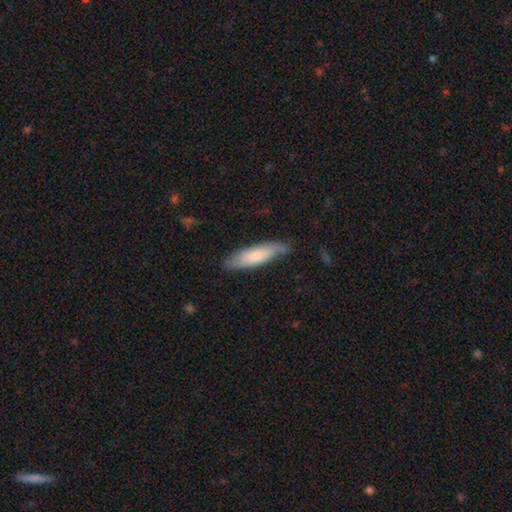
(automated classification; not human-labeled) This appears to be a smooth galaxy with no disk features (70%) that is cigar-shaped (61%). Merging: none (72%).